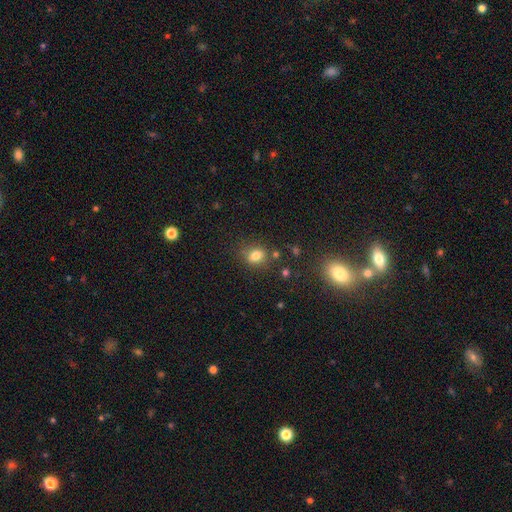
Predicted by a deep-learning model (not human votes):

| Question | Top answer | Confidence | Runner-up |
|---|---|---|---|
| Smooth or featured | smooth | 78% | star or artifact (14%) |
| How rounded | in between | 55% | round (43%) |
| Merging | none | 73% | minor disturbance (15%) |